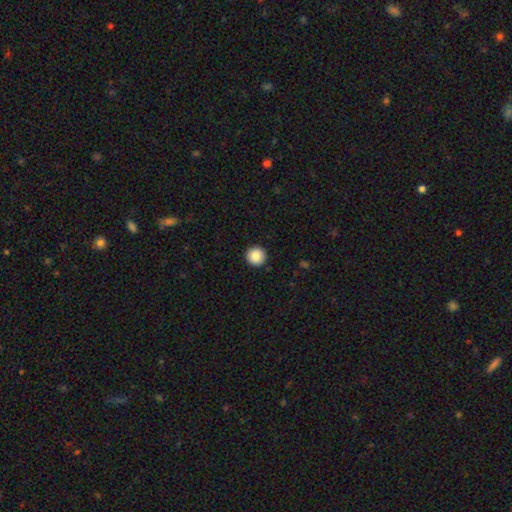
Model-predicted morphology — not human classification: Smooth or featured: smooth — 86% (star or artifact — 9%)
How rounded: round — 96% (in between — 3%)
Merging: none — 93% (minor disturbance — 4%)